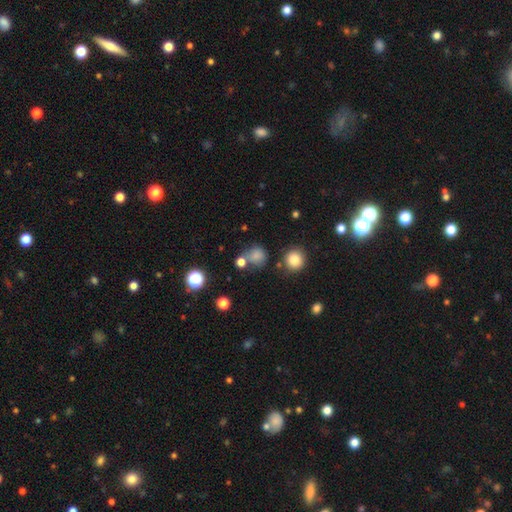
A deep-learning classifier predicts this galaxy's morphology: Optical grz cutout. It shows a smooth galaxy with no disk features (75%) that is round (82%). Merging: none (59%).